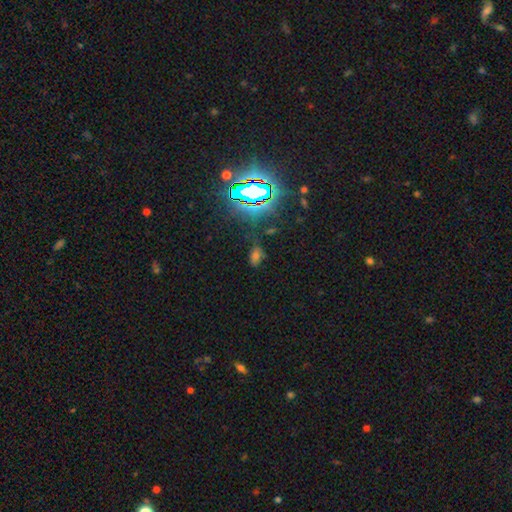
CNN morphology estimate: The model was most divided on "smooth or featured" (2-way tie): star or artifact: 44%, smooth: 44%, featured or disk: 12%.